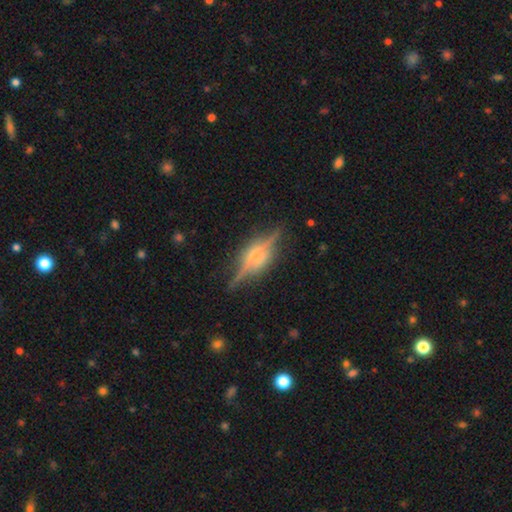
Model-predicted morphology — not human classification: Smooth or featured?
  - featured or disk: 83% *
  - smooth: 9%
  - star or artifact: 8%
Edge-on disk?
  - yes: 96% *
  - no: 4%
Edge-on bulge?
  - rounded: 80% *
  - boxy: 17%
  - none: 3%
Merging?
  - none: 83% *
  - minor disturbance: 12%
  - major disturbance: 3%
  - merger: 1%